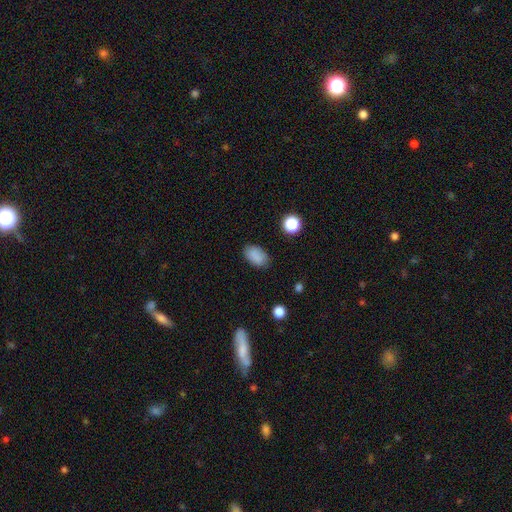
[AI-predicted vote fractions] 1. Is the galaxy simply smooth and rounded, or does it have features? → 86% smooth, 10% star or artifact, 4% featured or disk.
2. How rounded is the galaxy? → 90% in between, 8% round, 2% cigar-shaped.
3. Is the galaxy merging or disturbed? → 82% none, 13% minor disturbance, 3% major disturbance, 2% merger.